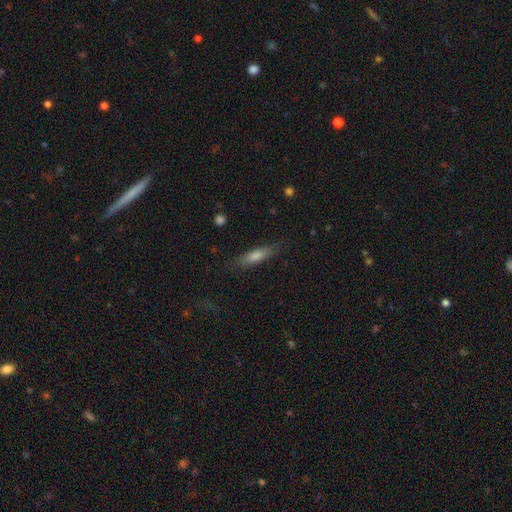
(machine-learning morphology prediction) Overall: smooth (67%). How rounded: cigar-shaped (73%). Merging: none (82%).